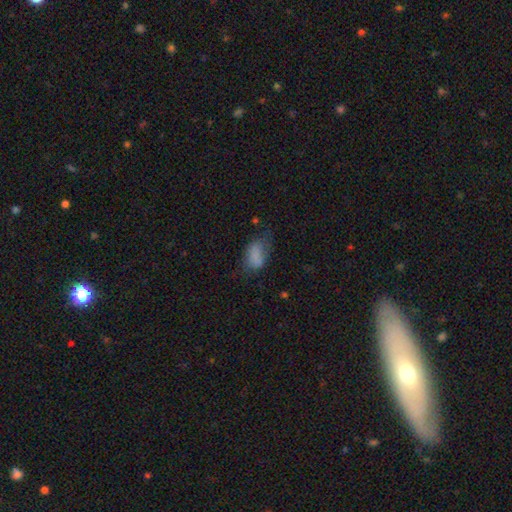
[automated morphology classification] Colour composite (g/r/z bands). It shows a smooth galaxy with no disk features (76%) that is in between round and cigar-shaped (90%). Merging: none (37%).